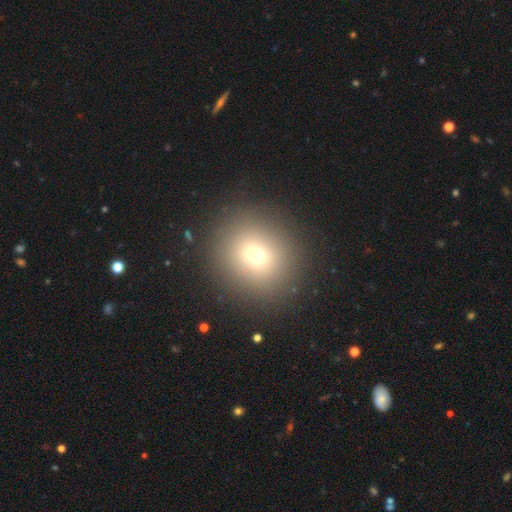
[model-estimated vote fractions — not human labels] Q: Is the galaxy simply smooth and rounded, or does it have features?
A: smooth — 68%.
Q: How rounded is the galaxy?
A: round — 88%.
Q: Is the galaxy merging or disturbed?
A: none — 88%.